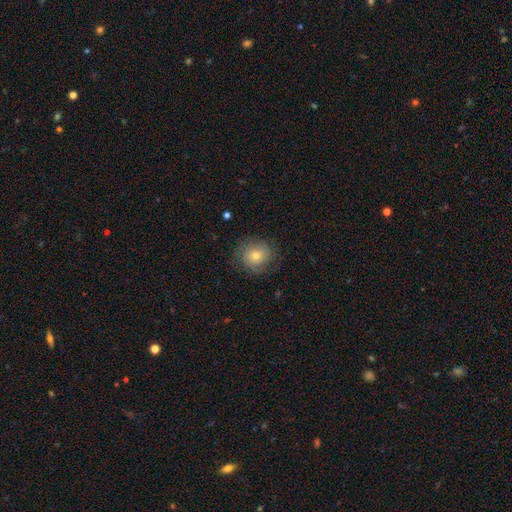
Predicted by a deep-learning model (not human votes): The model was most divided on "smooth or featured": smooth: 54%, featured or disk: 34%, star or artifact: 11%. More confident: how rounded — round (85%); merging — none (77%).